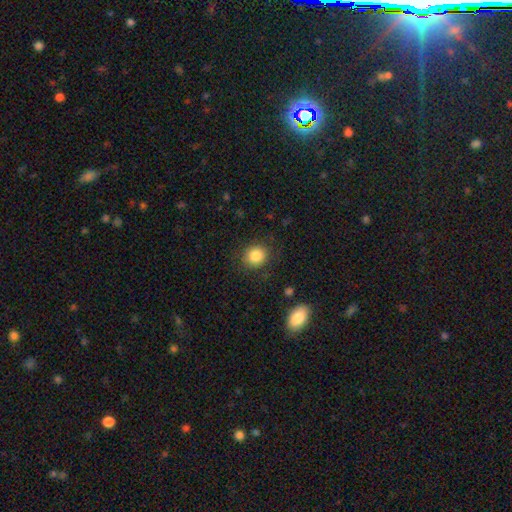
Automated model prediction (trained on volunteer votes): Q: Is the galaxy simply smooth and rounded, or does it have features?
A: smooth — 85%.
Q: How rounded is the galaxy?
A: round — 79%.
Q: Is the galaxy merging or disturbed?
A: none — 85%.